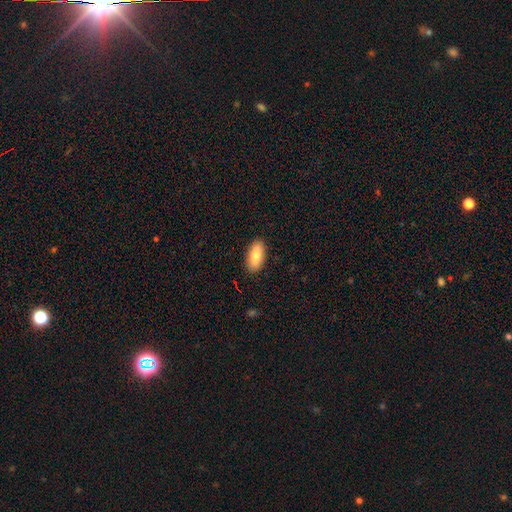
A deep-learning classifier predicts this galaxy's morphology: smooth_or_featured: smooth (p=0.77) [alt: featured or disk p=0.17]
how_rounded: in between (p=0.87) [alt: cigar-shaped p=0.10]
merging: none (p=0.89) [alt: minor disturbance p=0.08]